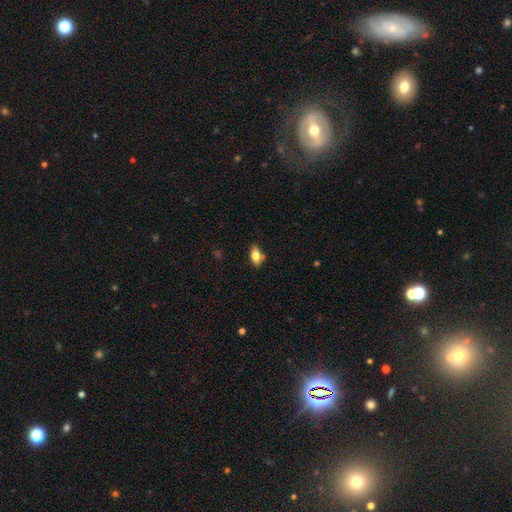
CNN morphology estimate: A smooth galaxy with no disk features (67%) that is in between round and cigar-shaped (84%). Merging: none (69%).